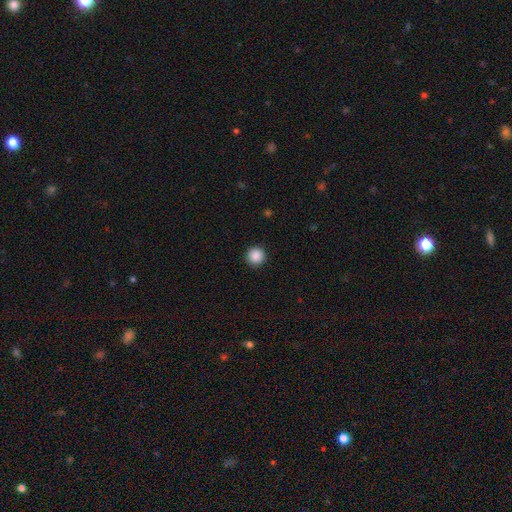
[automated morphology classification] This appears to be a smooth galaxy with no disk features (88%) that is round (96%). Merging: none (92%).